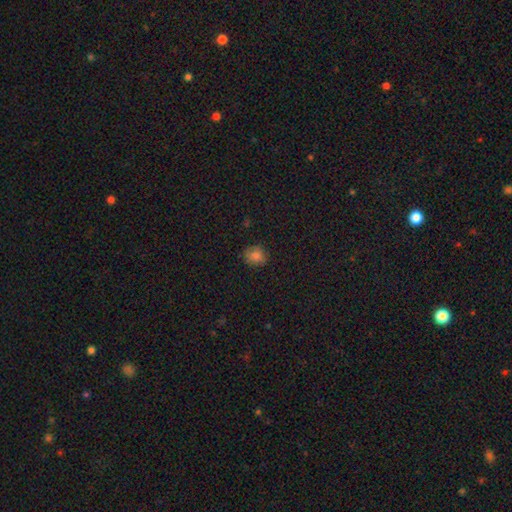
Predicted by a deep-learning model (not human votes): Smooth or featured: smooth — 80% (star or artifact — 12%)
How rounded: round — 81% (in between — 18%)
Merging: none — 82% (minor disturbance — 14%)